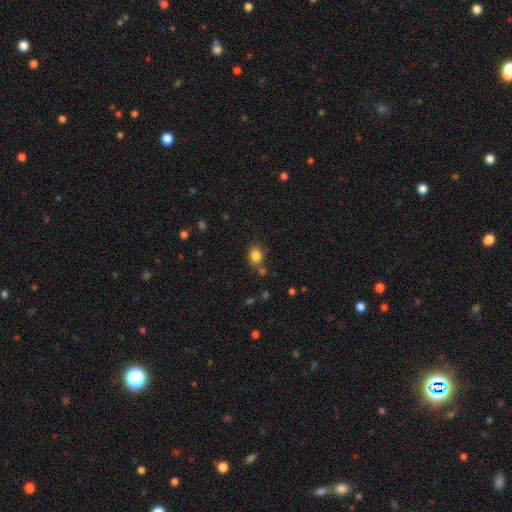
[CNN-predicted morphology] Smooth or featured? smooth (83%)
How rounded? round (55%)
Merging? none (71%)